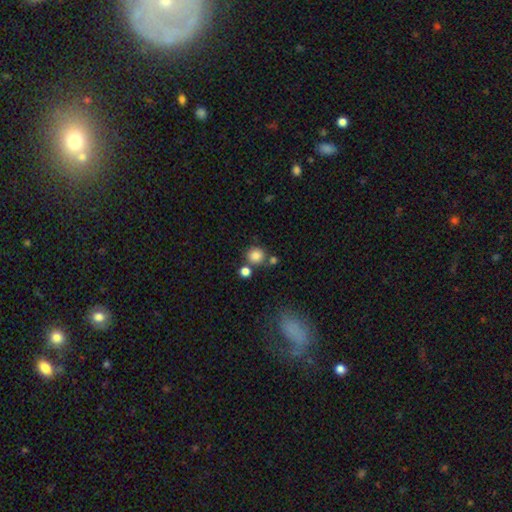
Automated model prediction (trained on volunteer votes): smooth 82%, star or artifact 12%, featured or disk 6%. Down the decision tree: how rounded — round (91%); merging — none (71%).